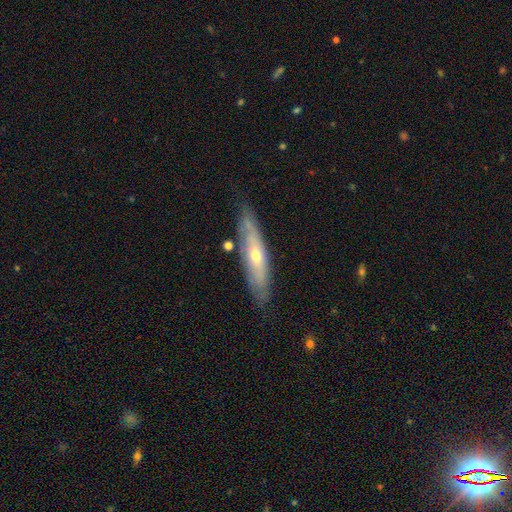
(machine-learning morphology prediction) Smooth or featured?
  - featured or disk: 63% *
  - smooth: 30%
  - star or artifact: 7%
Edge-on disk?
  - yes: 58% *
  - no: 42%
Merging?
  - none: 80% *
  - minor disturbance: 15%
  - major disturbance: 3%
  - merger: 3%